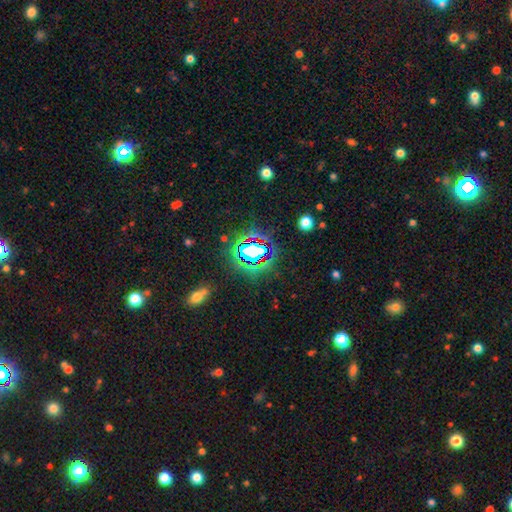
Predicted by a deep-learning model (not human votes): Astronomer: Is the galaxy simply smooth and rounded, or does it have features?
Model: star or artifact — 74%.